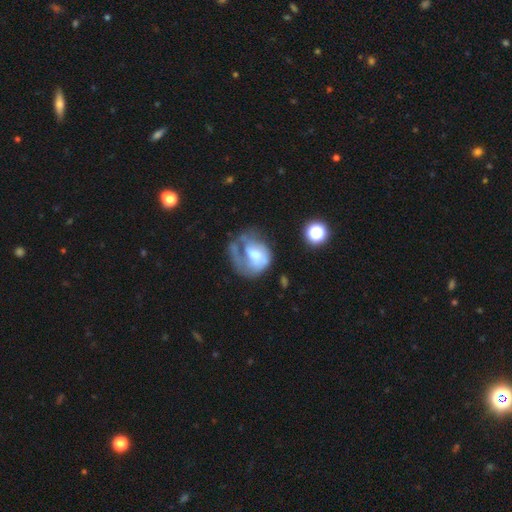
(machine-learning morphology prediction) smooth_or_featured: featured or disk (p=0.56) [alt: smooth p=0.36]
disk_edge_on: no (p=0.97) [alt: yes p=0.03]
bar: no (p=0.59) [alt: weak p=0.32]
has_spiral_arms: yes (p=0.59) [alt: no p=0.41]
bulge_size: moderate (p=0.40) [alt: small p=0.20]
merging: major disturbance (p=0.48) [alt: none p=0.26]